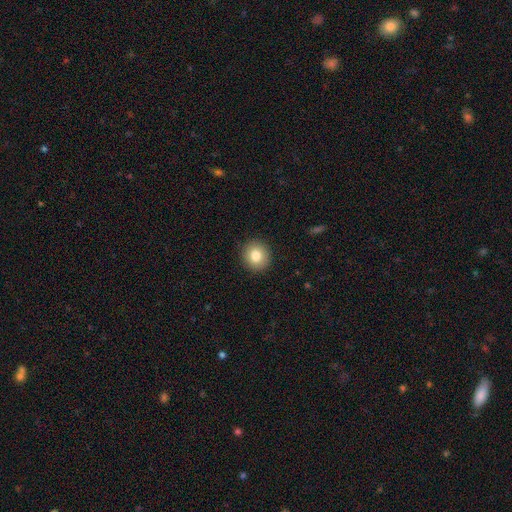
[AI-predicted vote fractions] Morphology: type=smooth (82%); roundness=round (88%); merging=none (92%).